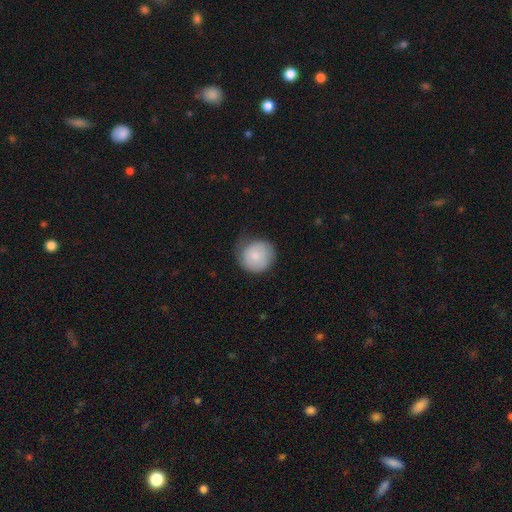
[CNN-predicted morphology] Q: Smooth or featured?
A: smooth (76%); runner-up: featured or disk (17%)
Q: How rounded?
A: round (89%); runner-up: in between (10%)
Q: Merging?
A: none (60%); runner-up: minor disturbance (31%)